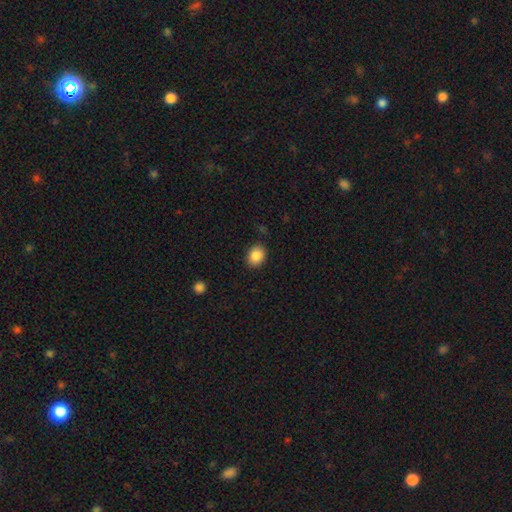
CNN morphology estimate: Smooth or featured?
  - smooth: 87% *
  - star or artifact: 9%
  - featured or disk: 5%
How rounded?
  - in between: 54% *
  - round: 45%
  - cigar-shaped: 1%
Merging?
  - none: 88% *
  - minor disturbance: 9%
  - major disturbance: 2%
  - merger: 1%